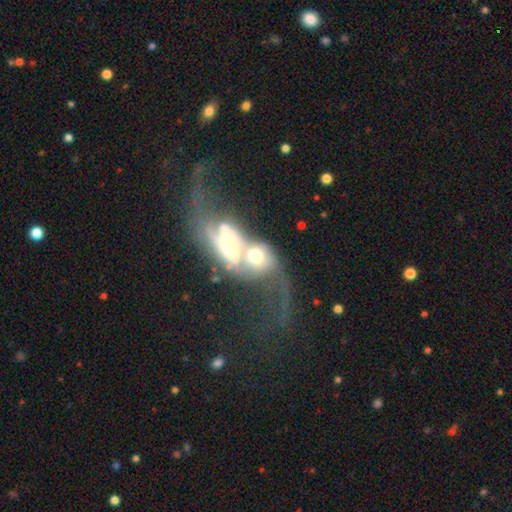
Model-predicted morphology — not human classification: Q: Smooth or featured?
A: featured or disk (57%); runner-up: smooth (33%)
Q: Edge-on disk?
A: no (87%); runner-up: yes (13%)
Q: Merging?
A: merger (77%); runner-up: major disturbance (11%)